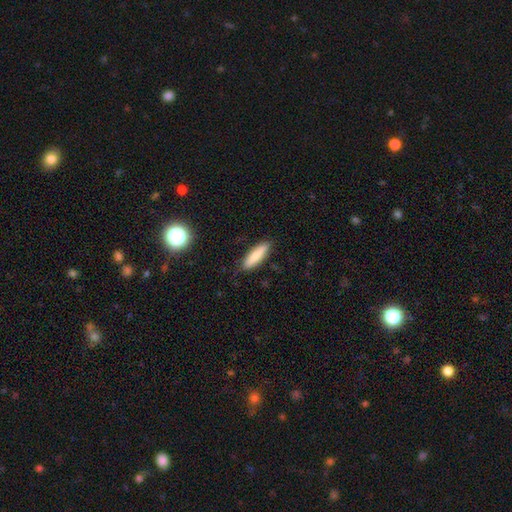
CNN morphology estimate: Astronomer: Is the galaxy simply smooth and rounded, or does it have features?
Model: smooth — 80%.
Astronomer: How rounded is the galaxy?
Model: cigar-shaped — 64%.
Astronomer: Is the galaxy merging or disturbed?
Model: none — 85%.